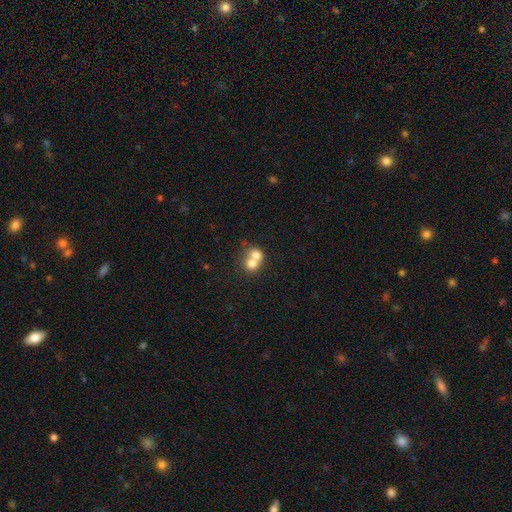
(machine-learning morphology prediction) smooth_or_featured: smooth (p=0.70) [alt: featured or disk p=0.20]
how_rounded: round (p=0.67) [alt: in between p=0.32]
merging: merger (p=0.69) [alt: none p=0.23]